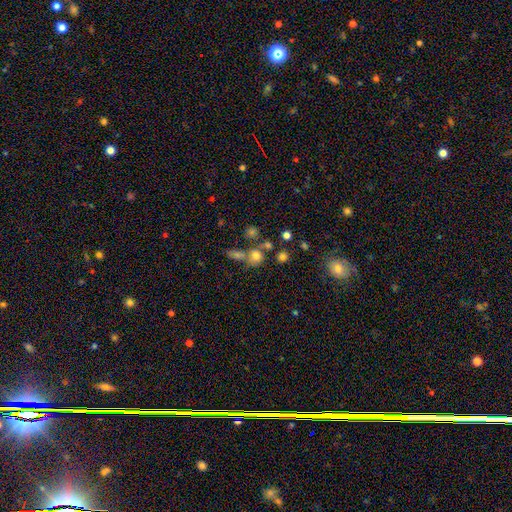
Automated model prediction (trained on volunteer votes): smooth_or_featured: smooth (p=0.69) [alt: star or artifact p=0.17]
how_rounded: round (p=0.76) [alt: in between p=0.23]
merging: none (p=0.47) [alt: merger p=0.36]